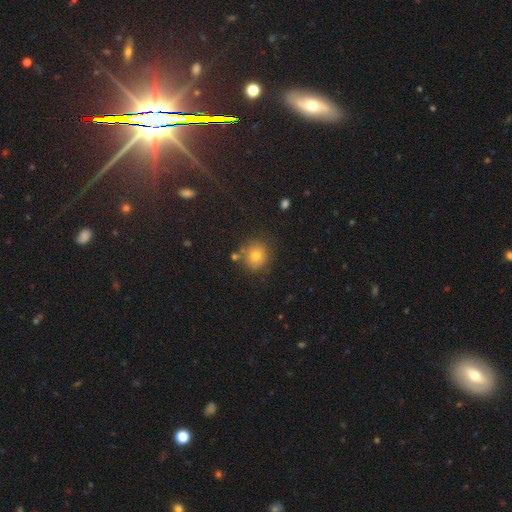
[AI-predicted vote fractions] A smooth galaxy with no disk features (72%) that is round (88%). Merging: none (76%).